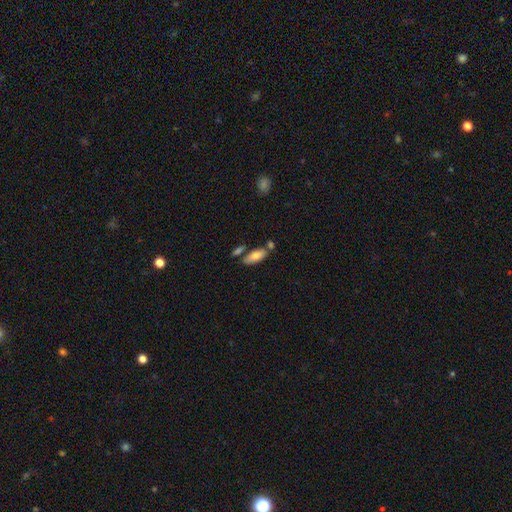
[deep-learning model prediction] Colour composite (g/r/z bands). It shows a smooth galaxy with no disk features (78%) that is in between round and cigar-shaped (79%). Merging: none (64%).